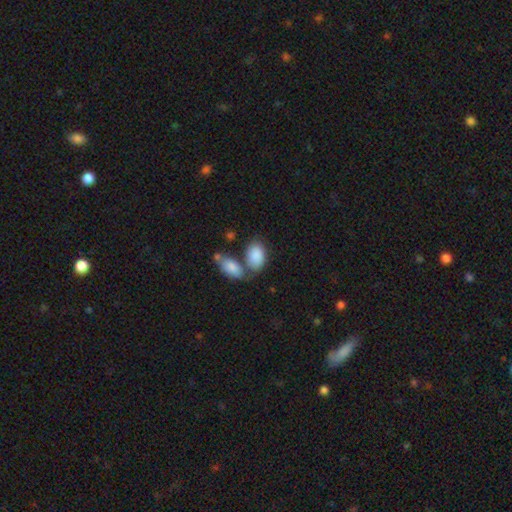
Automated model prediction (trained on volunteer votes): smooth-or-featured: smooth: 87% | featured or disk: 7% | star or artifact: 6%
  how-rounded: in between: 91% | round: 7% | cigar-shaped: 2%
  merging: none: 42% | merger: 37% | minor disturbance: 15% | major disturbance: 6%